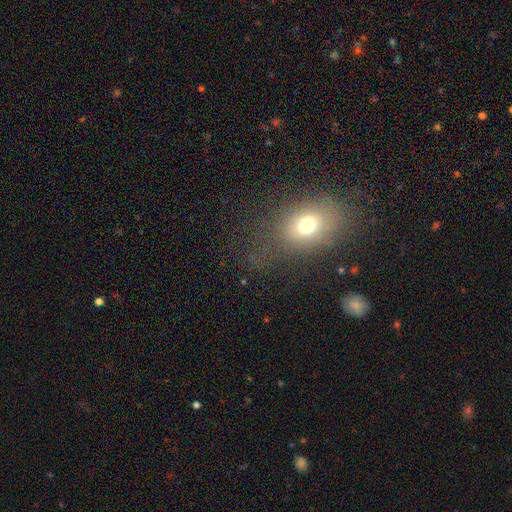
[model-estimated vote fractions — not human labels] Smooth or featured?
  - smooth: 66% *
  - star or artifact: 19%
  - featured or disk: 15%
How rounded?
  - in between: 63% *
  - round: 34%
  - cigar-shaped: 2%
Merging?
  - none: 60% *
  - minor disturbance: 23%
  - major disturbance: 14%
  - merger: 3%